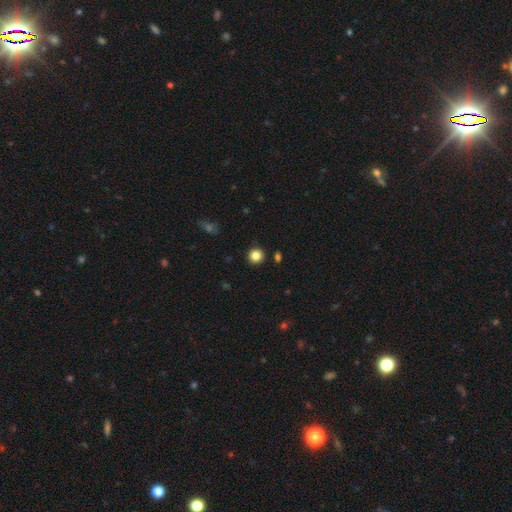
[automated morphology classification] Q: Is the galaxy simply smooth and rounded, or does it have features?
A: smooth — 85%.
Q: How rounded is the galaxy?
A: round — 94%.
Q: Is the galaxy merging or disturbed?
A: none — 92%.